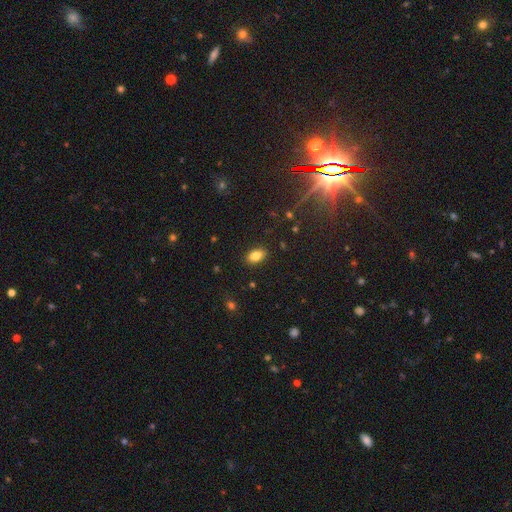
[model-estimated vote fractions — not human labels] A smooth galaxy with no disk features (82%) that is in between round and cigar-shaped (89%). Merging: none (87%).